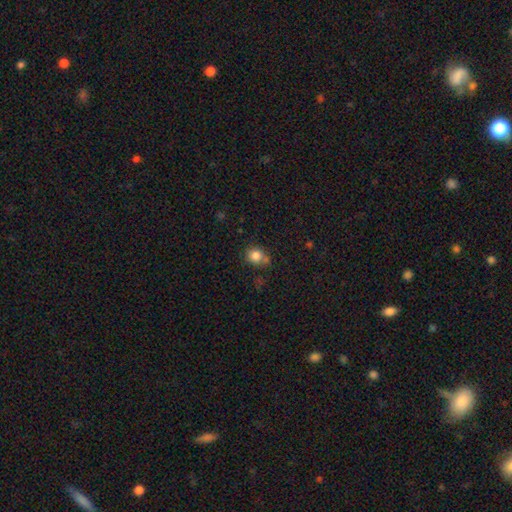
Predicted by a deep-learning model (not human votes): This appears to be a smooth galaxy with no disk features (82%) that is round (79%). Merging: none (62%).